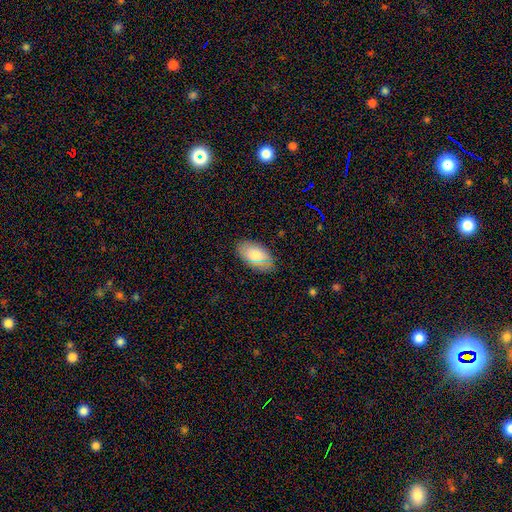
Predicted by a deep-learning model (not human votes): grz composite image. It shows a smooth galaxy with no disk features (79%) that is in between round and cigar-shaped (95%). Merging: none (85%).